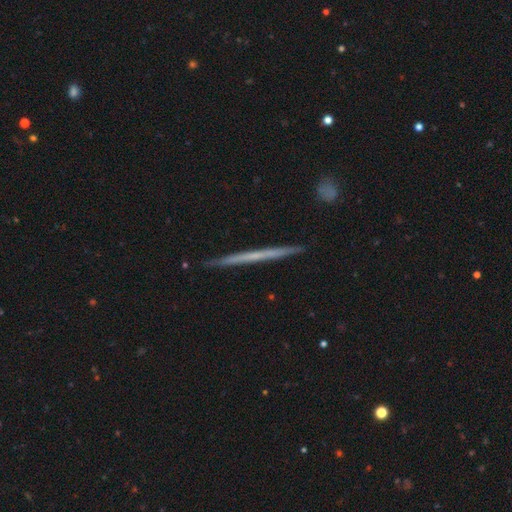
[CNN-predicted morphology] smooth_or_featured: featured or disk (p=0.60) [alt: smooth p=0.34]
disk_edge_on: yes (p=0.98) [alt: no p=0.02]
edge_on_bulge: none (p=0.90) [alt: rounded p=0.07]
merging: none (p=0.92) [alt: minor disturbance p=0.06]